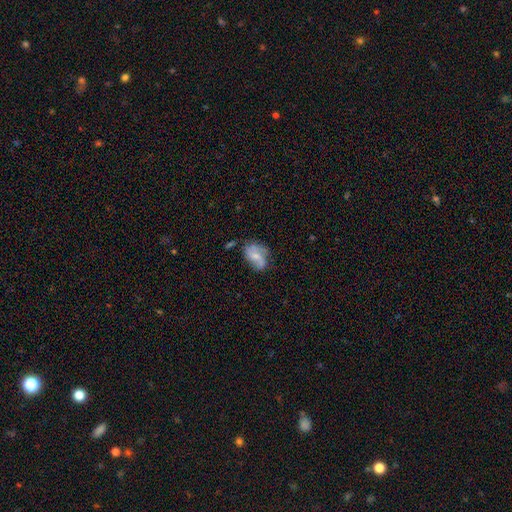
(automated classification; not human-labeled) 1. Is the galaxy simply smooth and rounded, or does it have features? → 59% featured or disk, 33% smooth, 8% star or artifact.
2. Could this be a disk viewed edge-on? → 97% no, 3% yes.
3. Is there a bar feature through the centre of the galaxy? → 51% no, 38% weak, 11% strong.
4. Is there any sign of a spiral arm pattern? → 84% yes, 16% no.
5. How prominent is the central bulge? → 52% small, 37% moderate, 8% none, 2% large, 1% dominant.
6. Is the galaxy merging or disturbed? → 53% none, 28% minor disturbance, 15% major disturbance, 4% merger.